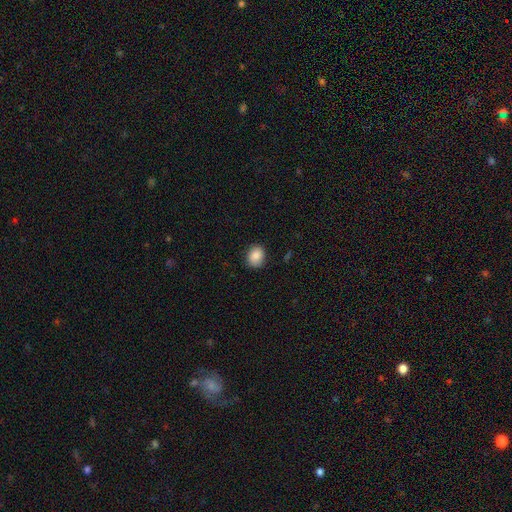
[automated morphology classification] A smooth galaxy with no disk features (87%) that is round (54%).

Vote fractions:
- Smooth or featured? smooth: 87% / star or artifact: 8% / featured or disk: 5%
- How rounded? round: 54% / in between: 45% / cigar-shaped: 1%
- Merging? none: 86% / minor disturbance: 11% / major disturbance: 2% / merger: 1%